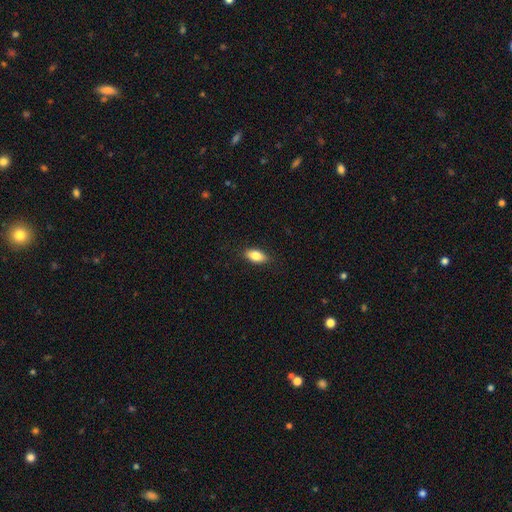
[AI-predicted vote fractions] Smooth or featured? Predicted: smooth (p=0.83). How rounded? Predicted: in between (p=0.88). Merging? Predicted: none (p=0.87).